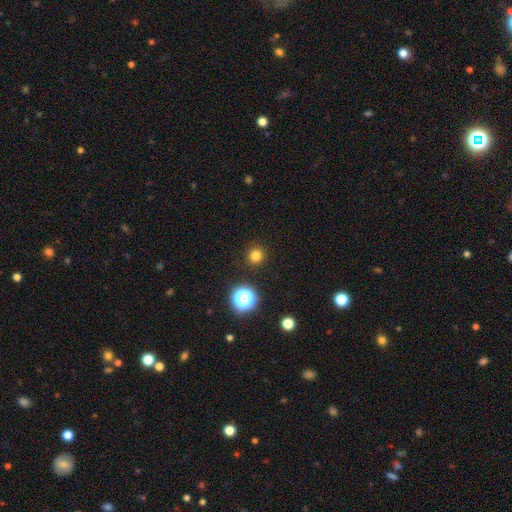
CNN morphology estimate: Smooth or featured? Predicted: smooth (p=0.78). How rounded? Predicted: round (p=0.94). Merging? Predicted: none (p=0.92).